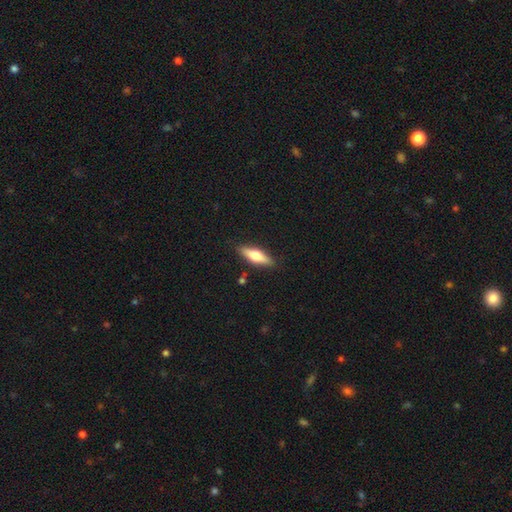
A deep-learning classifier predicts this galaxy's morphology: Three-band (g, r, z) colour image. It shows a smooth galaxy with no disk features (50%). Merging: none (87%).